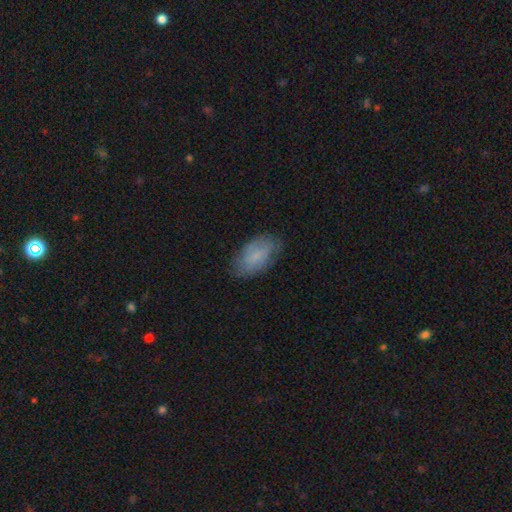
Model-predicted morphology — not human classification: The model was most divided on "smooth or featured": smooth: 69%, featured or disk: 23%, star or artifact: 8%. More confident: how rounded — in between (93%); merging — none (74%).